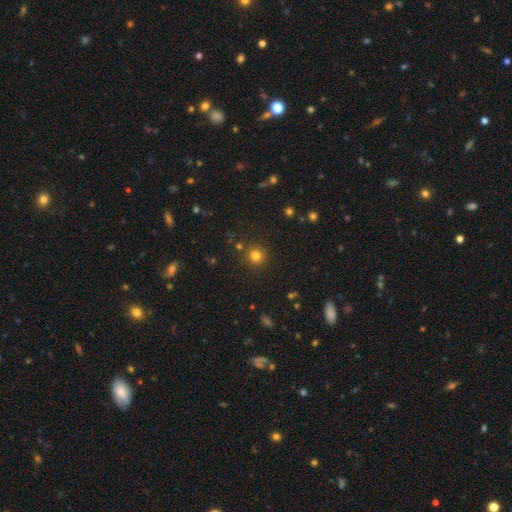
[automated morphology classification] smooth 78%, star or artifact 16%, featured or disk 6%. Down the decision tree: how rounded — round (93%); merging — none (87%).